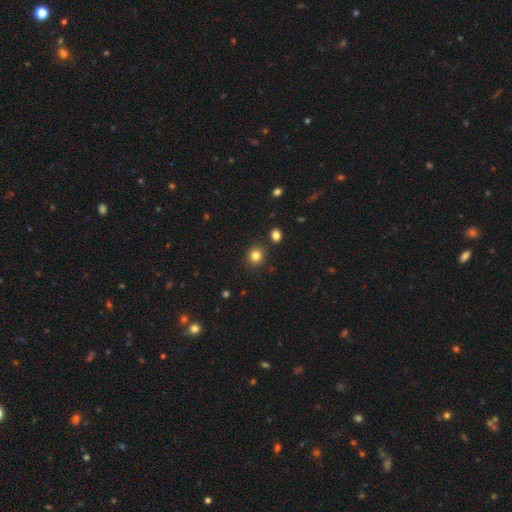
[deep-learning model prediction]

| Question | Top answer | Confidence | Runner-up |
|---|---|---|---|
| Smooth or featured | smooth | 83% | star or artifact (12%) |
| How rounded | round | 85% | in between (14%) |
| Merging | none | 87% | minor disturbance (7%) |